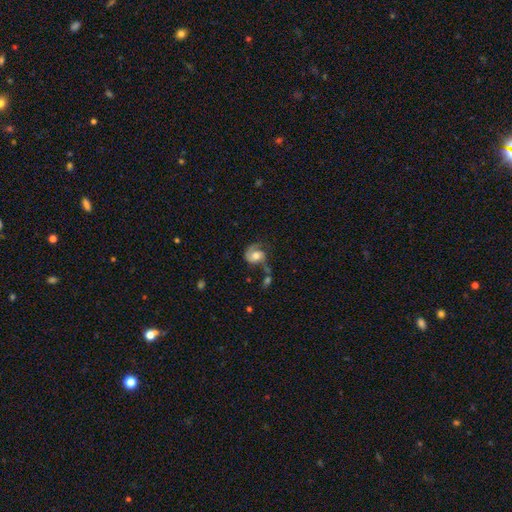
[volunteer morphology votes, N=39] featured or disk 82%, smooth 13%, star or artifact 5%. Down the decision tree: edge-on disk — no (100%); bar — no (59%); spiral arms — yes (97%); spiral arm count — 1 (74%); spiral winding — medium (45%); bulge size — moderate (59%); merging — none (46%).